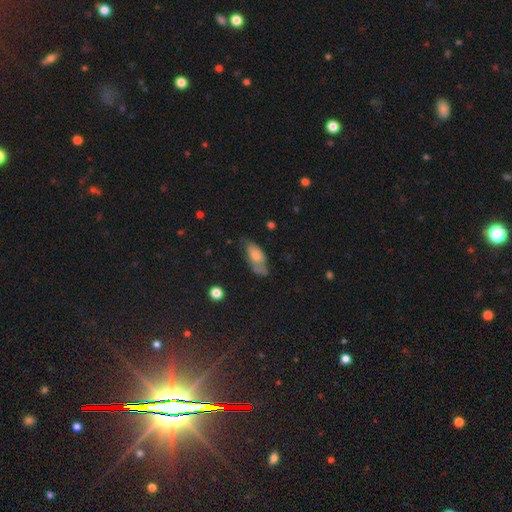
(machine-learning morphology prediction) Smooth or featured? smooth (66%)
How rounded? in between (85%)
Merging? none (49%)